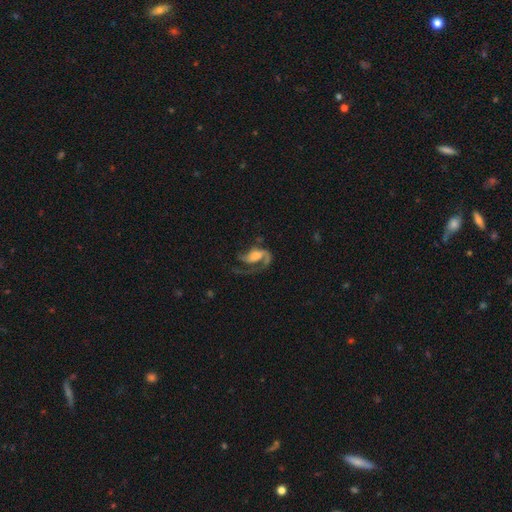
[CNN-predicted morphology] A featured or disk galaxy (80%) with no bar (47%), 2 (51%) medium (44%) spiral arms (93%) and a moderate central bulge (34%). Merging: none (42%).